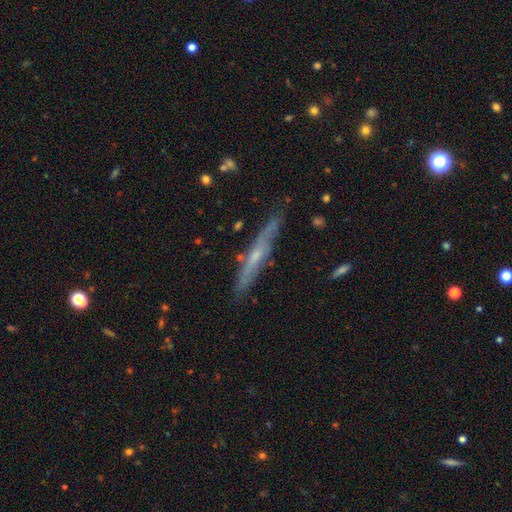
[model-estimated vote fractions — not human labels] Morphology: type=featured or disk (64%); edge-on=yes (91%); edge-on bulge=rounded (58%); merging=none (81%).